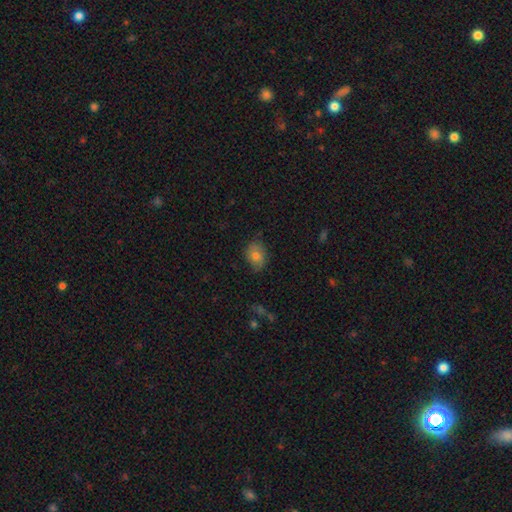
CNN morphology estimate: smooth-or-featured: smooth: 74% | featured or disk: 16% | star or artifact: 10%
  how-rounded: in between: 68% | round: 31% | cigar-shaped: 1%
  merging: none: 74% | minor disturbance: 21% | major disturbance: 4% | merger: 1%